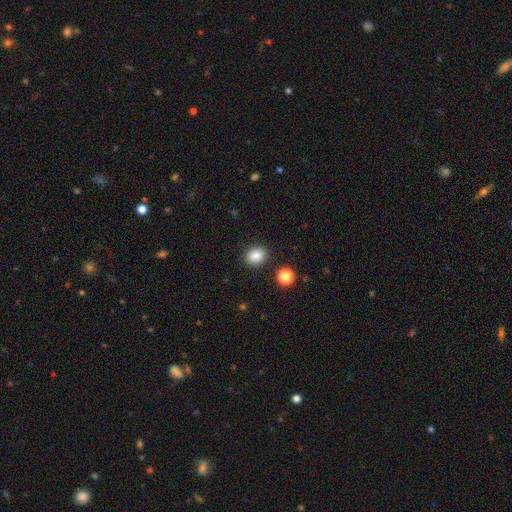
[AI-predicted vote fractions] Morphology: type=smooth (85%); roundness=round (60%); merging=none (88%).